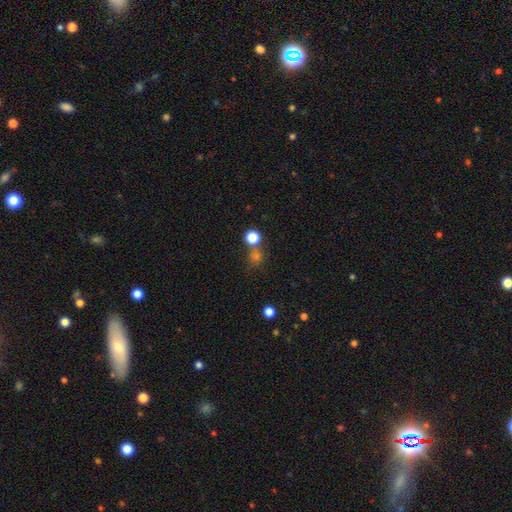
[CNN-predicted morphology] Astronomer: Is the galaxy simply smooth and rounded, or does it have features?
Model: smooth — 65%.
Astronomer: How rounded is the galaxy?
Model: round — 87%.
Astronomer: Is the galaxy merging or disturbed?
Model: none — 66%.